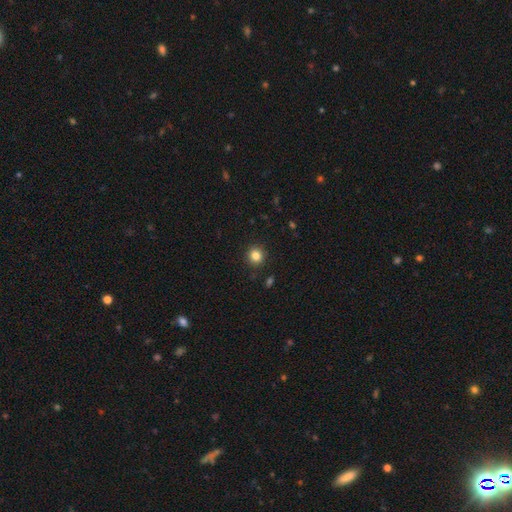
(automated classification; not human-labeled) This appears to be a smooth galaxy with no disk features (84%) that is round (93%). Merging: none (92%).